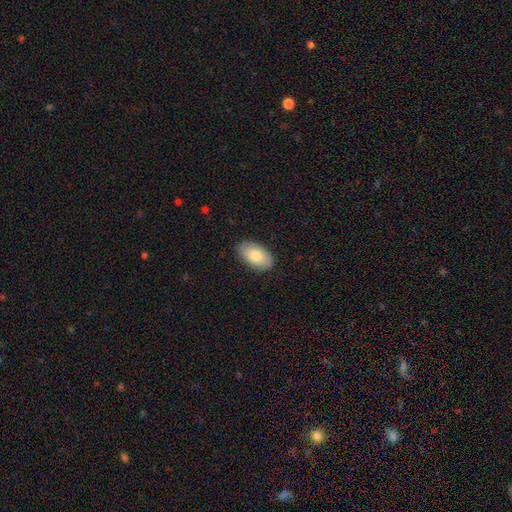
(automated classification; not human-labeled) smooth-or-featured: smooth: 79% | featured or disk: 15% | star or artifact: 6%
  how-rounded: in between: 95% | round: 4% | cigar-shaped: 2%
  merging: none: 87% | minor disturbance: 10% | major disturbance: 2% | merger: 1%